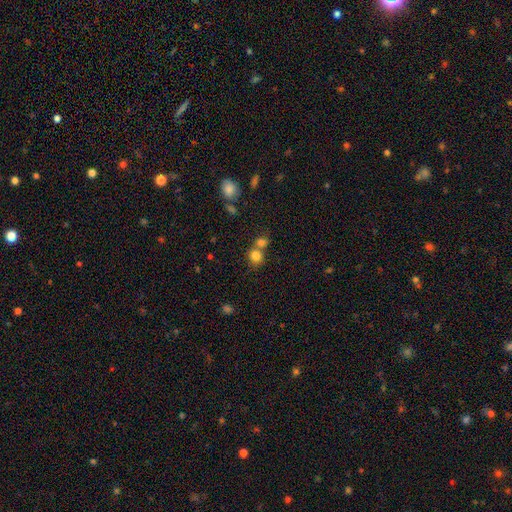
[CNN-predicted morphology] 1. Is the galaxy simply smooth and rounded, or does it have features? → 81% smooth, 12% star or artifact, 7% featured or disk.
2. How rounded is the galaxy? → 83% round, 16% in between, 1% cigar-shaped.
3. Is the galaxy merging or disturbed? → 50% none, 39% merger, 8% minor disturbance, 3% major disturbance.